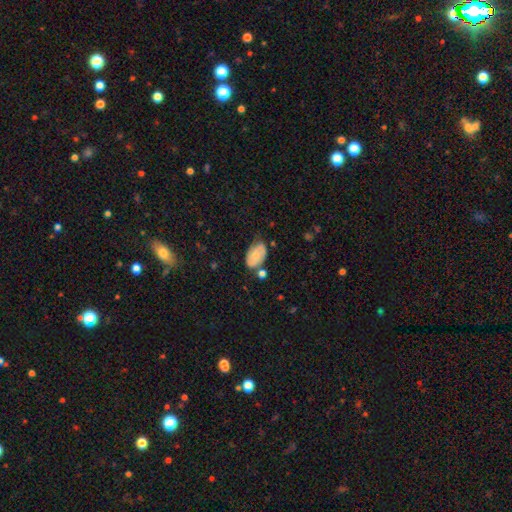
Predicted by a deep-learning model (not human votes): Q: Smooth or featured?
A: smooth (59%); runner-up: featured or disk (34%)
Q: How rounded?
A: in between (91%); runner-up: round (8%)
Q: Merging?
A: none (58%); runner-up: minor disturbance (26%)